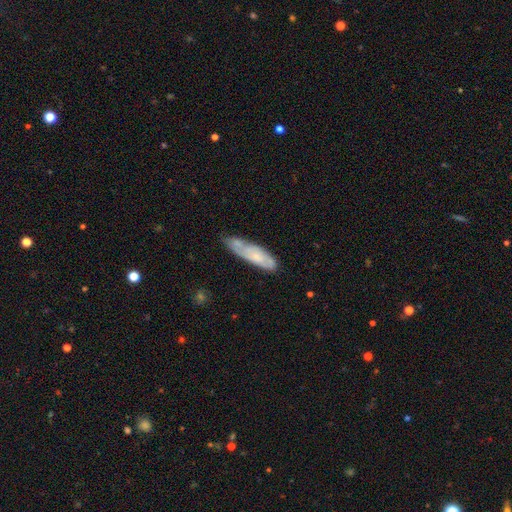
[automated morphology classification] Smooth or featured? Predicted: smooth (p=0.48). Merging? Predicted: none (p=0.56).